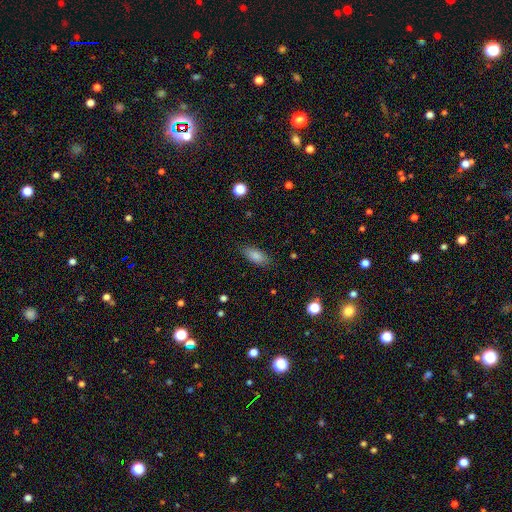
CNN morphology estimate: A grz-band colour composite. It shows a smooth galaxy with no disk features (84%) that is in between round and cigar-shaped (86%). Merging: none (85%).